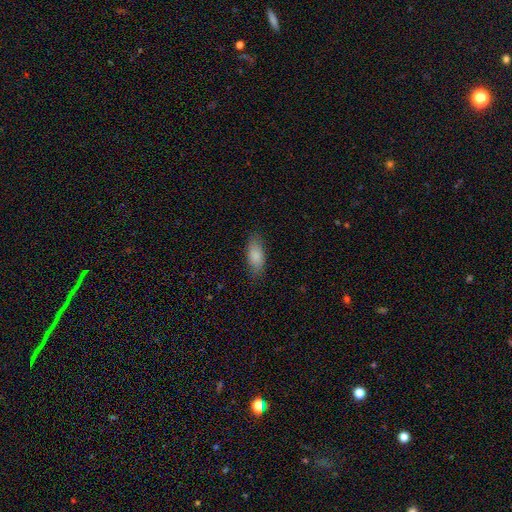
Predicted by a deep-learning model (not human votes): Smooth or featured? smooth (85%)
How rounded? in between (87%)
Merging? none (80%)